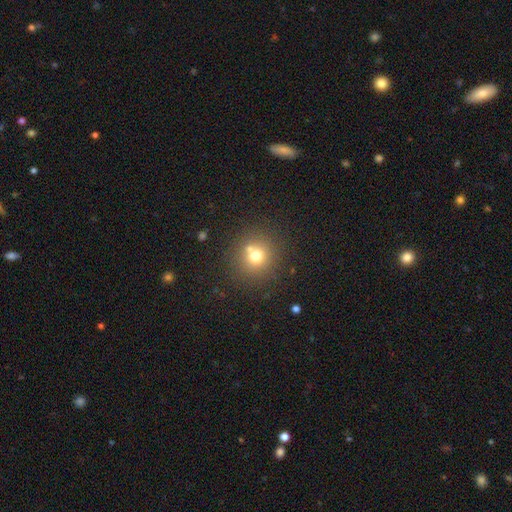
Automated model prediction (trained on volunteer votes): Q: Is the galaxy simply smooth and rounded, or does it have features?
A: smooth — 70%.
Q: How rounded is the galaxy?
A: round — 91%.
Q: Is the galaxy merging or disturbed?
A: none — 71%.